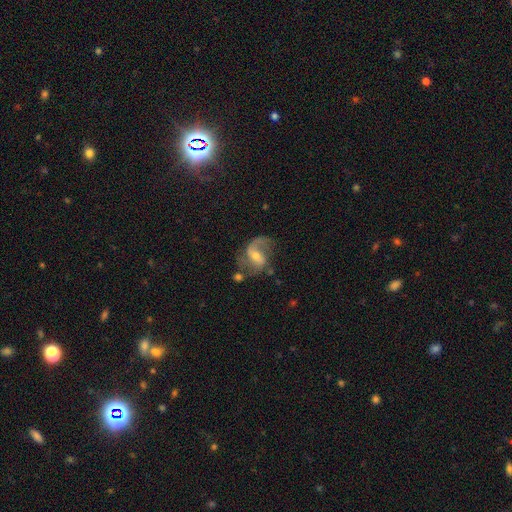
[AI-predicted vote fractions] This is clearly a featured or disk galaxy (81%). It is clearly not viewed edge-on (97%). Bar: possibly weak (48%). Spiral arm pattern: clearly yes (93%). Spiral arm count: likely 2 (79%). Spiral winding: possibly loose (48%). Central bulge: possibly moderate (49%). Merging: possibly none (56%).